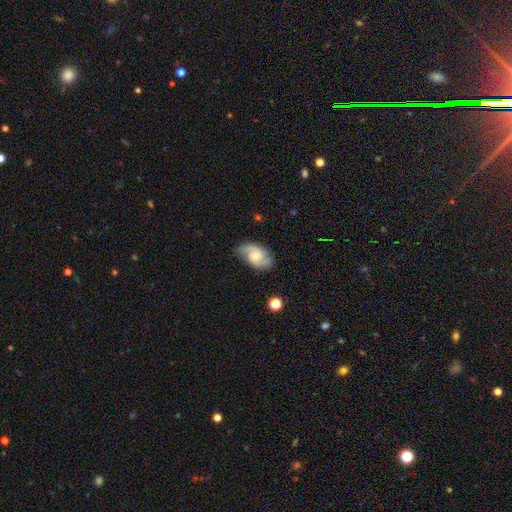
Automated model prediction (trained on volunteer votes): smooth_or_featured: featured or disk (p=0.77) [alt: smooth p=0.17]
disk_edge_on: no (p=0.97) [alt: yes p=0.03]
bar: no (p=0.60) [alt: weak p=0.35]
has_spiral_arms: yes (p=0.96) [alt: no p=0.04]
spiral_winding: medium (p=0.50) [alt: tight p=0.28]
spiral_arm_count: 2 (p=0.85) [alt: can't tell p=0.06]
bulge_size: small (p=0.52) [alt: moderate p=0.35]
merging: none (p=0.75) [alt: minor disturbance p=0.17]